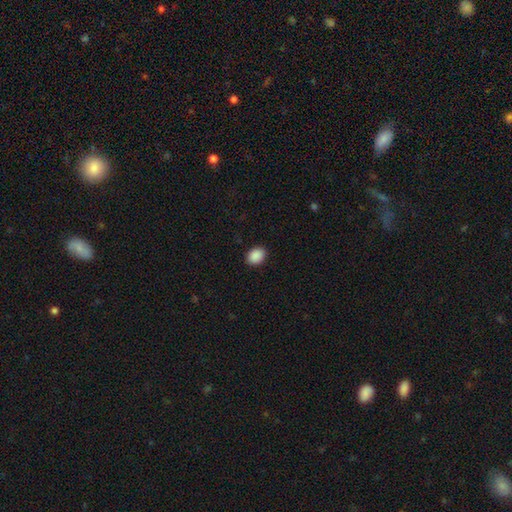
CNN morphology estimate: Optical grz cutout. It shows a smooth galaxy with no disk features (90%) that is in between round and cigar-shaped (59%). Merging: none (90%).